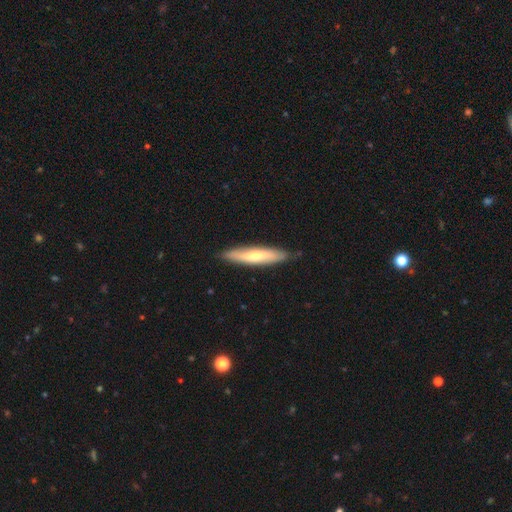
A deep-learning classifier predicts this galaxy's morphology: smooth 58%, featured or disk 37%, star or artifact 5%. Down the decision tree: how rounded — cigar-shaped (85%); merging — none (85%).